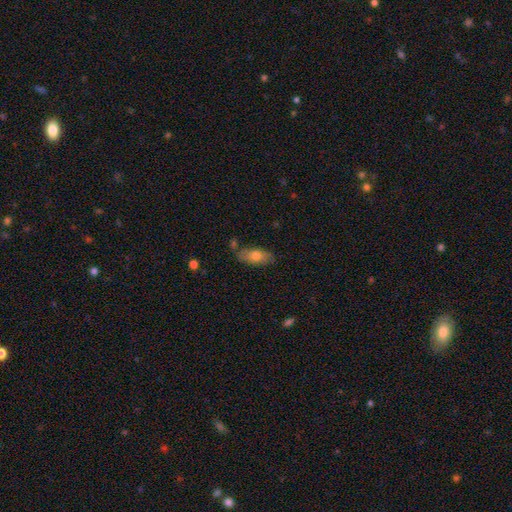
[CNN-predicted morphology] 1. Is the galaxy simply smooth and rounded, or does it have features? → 72% smooth, 21% featured or disk, 7% star or artifact.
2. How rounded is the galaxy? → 85% in between, 12% cigar-shaped, 3% round.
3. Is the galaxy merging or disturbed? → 74% none, 17% minor disturbance, 6% merger, 4% major disturbance.